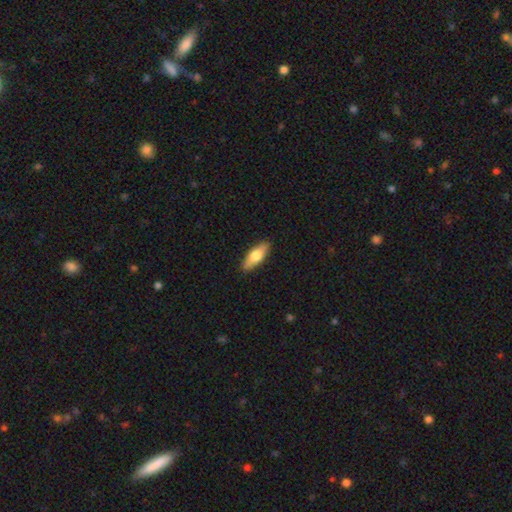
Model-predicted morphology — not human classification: A smooth galaxy with no disk features (66%) that is in between round and cigar-shaped (62%).

Vote fractions:
- Smooth or featured? smooth: 66% / featured or disk: 29% / star or artifact: 5%
- How rounded? in between: 62% / cigar-shaped: 36% / round: 2%
- Merging? none: 89% / minor disturbance: 8% / major disturbance: 2% / merger: 1%